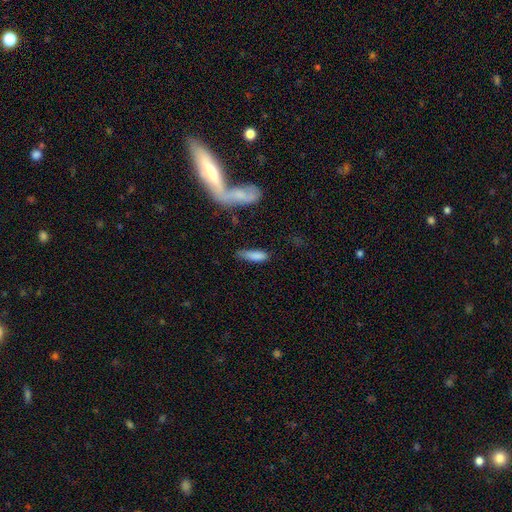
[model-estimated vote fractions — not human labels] Smooth or featured: smooth — 83% (featured or disk — 10%)
How rounded: cigar-shaped — 53% (in between — 45%)
Merging: none — 58% (minor disturbance — 27%)